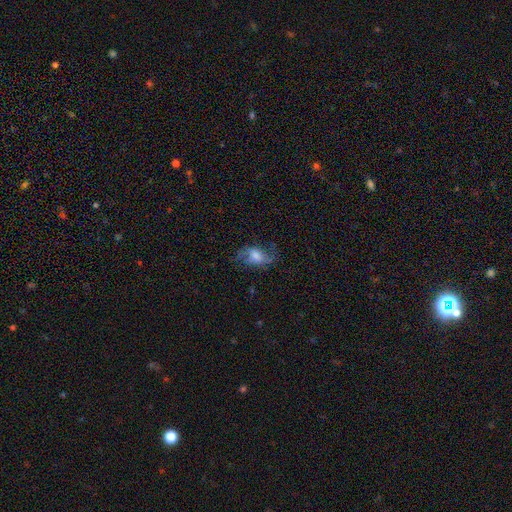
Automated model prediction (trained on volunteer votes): This appears to be a featured or disk galaxy (59%) with no bar (47%), spiral arms (85%) and a moderate central bulge (45%). Merging: none (62%).